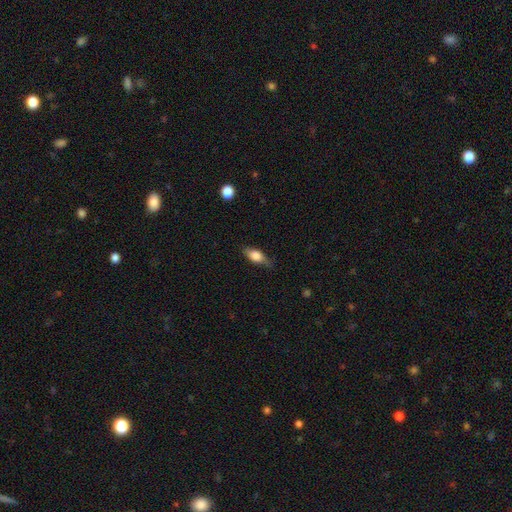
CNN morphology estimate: smooth_or_featured: smooth (p=0.69) [alt: featured or disk p=0.24]
how_rounded: in between (p=0.76) [alt: cigar-shaped p=0.16]
merging: none (p=0.69) [alt: minor disturbance p=0.24]